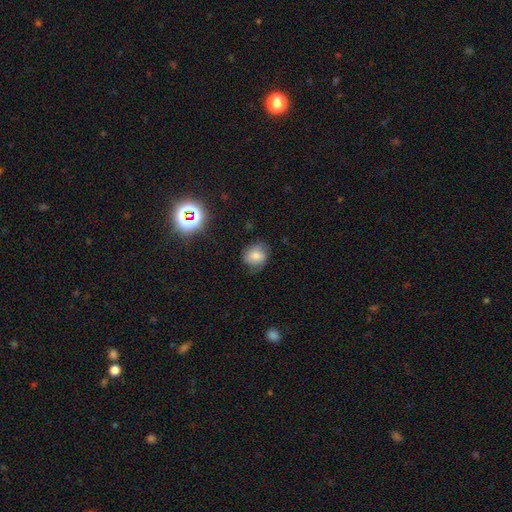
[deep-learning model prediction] smooth_or_featured: smooth (p=0.58) [alt: featured or disk p=0.29]
how_rounded: round (p=0.65) [alt: in between p=0.34]
merging: none (p=0.65) [alt: minor disturbance p=0.25]